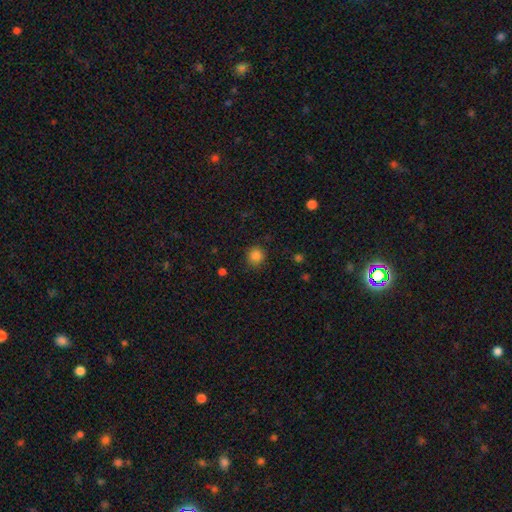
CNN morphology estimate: Smooth or featured? Predicted: smooth (p=0.84). How rounded? Predicted: round (p=0.90). Merging? Predicted: none (p=0.86).